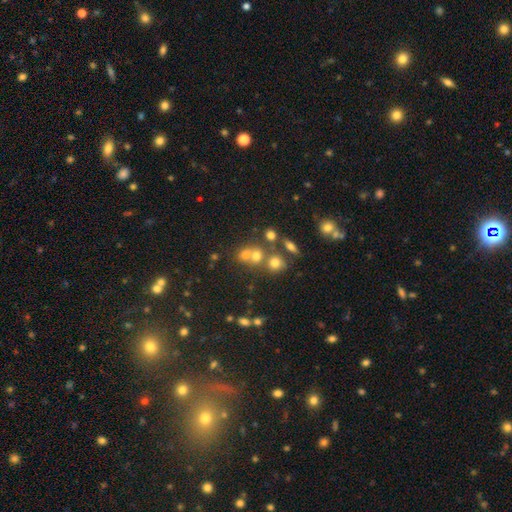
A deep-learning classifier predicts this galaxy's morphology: A smooth galaxy with no disk features (63%) that is round (77%). Merging: merger (44%).